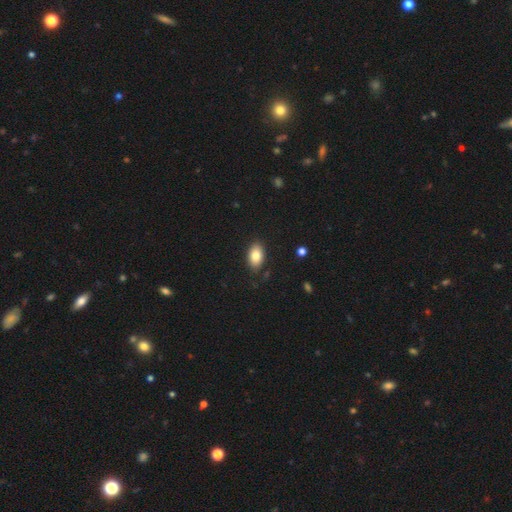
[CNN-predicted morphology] Smooth or featured? smooth (82%)
How rounded? in between (91%)
Merging? none (84%)